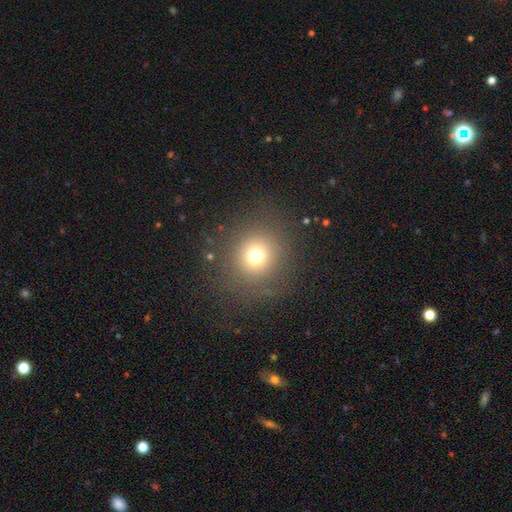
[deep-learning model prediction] Smooth or featured? smooth (71%)
How rounded? round (91%)
Merging? none (84%)